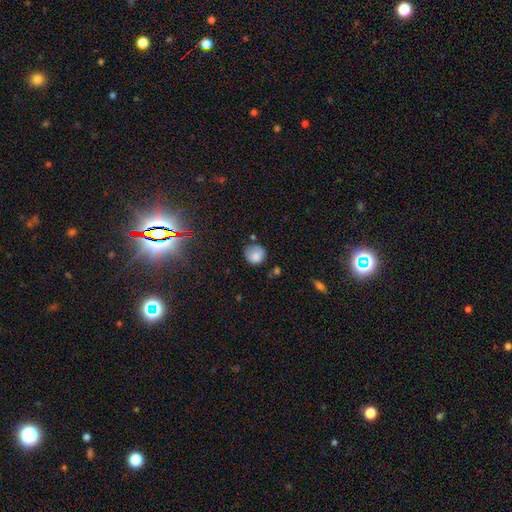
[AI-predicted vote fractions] A smooth galaxy with no disk features (81%) that is round (83%).

Vote fractions:
- Smooth or featured? smooth: 81% / star or artifact: 10% / featured or disk: 9%
- How rounded? round: 83% / in between: 16% / cigar-shaped: 1%
- Merging? none: 61% / minor disturbance: 28% / major disturbance: 6% / merger: 5%